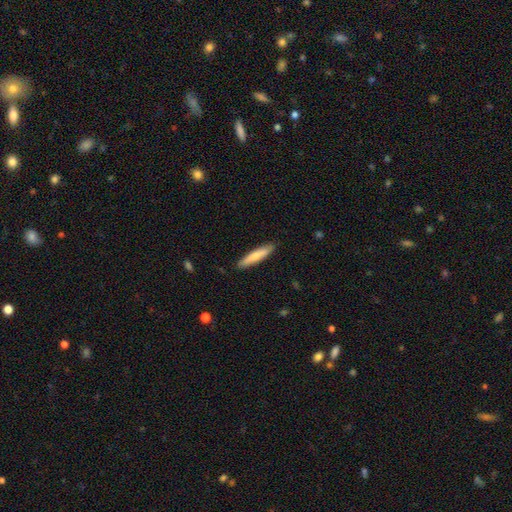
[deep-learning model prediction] Smooth or featured?
  - smooth: 70% *
  - featured or disk: 25%
  - star or artifact: 5%
How rounded?
  - cigar-shaped: 85% *
  - in between: 13%
  - round: 1%
Merging?
  - none: 88% *
  - minor disturbance: 9%
  - major disturbance: 2%
  - merger: 1%